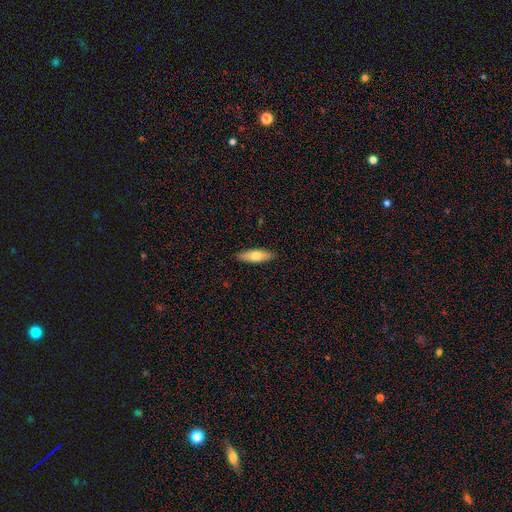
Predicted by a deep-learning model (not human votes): This is likely a smooth galaxy (63%). How rounded: possibly in between (51%). Merging: clearly none (90%).